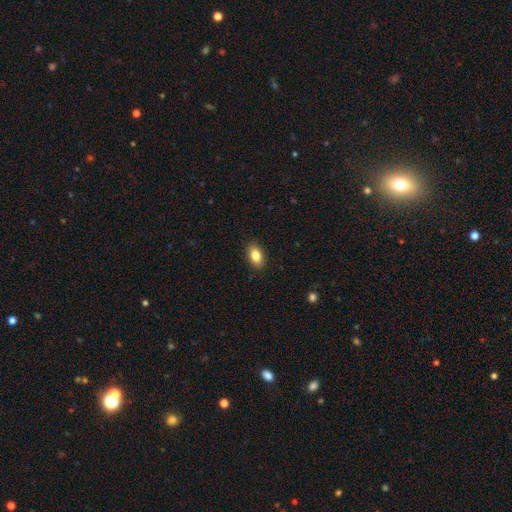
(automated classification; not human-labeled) Overall: smooth (85%). How rounded: in between (90%). Merging: none (89%).